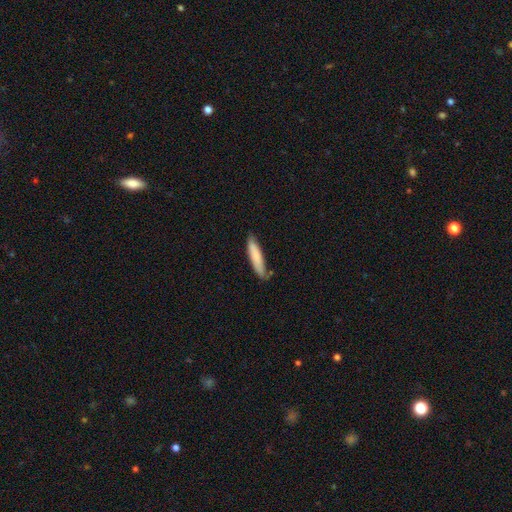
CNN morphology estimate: Smooth or featured? smooth (81%)
How rounded? cigar-shaped (83%)
Merging? none (73%)